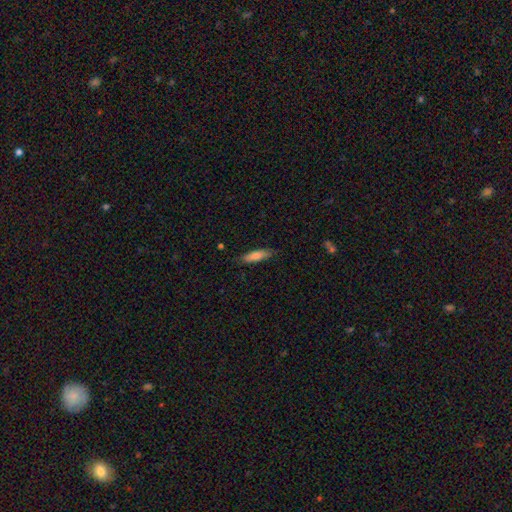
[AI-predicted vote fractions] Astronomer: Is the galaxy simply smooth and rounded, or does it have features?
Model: smooth — 74%.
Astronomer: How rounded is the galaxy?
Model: cigar-shaped — 69%.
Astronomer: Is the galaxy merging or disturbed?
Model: none — 83%.